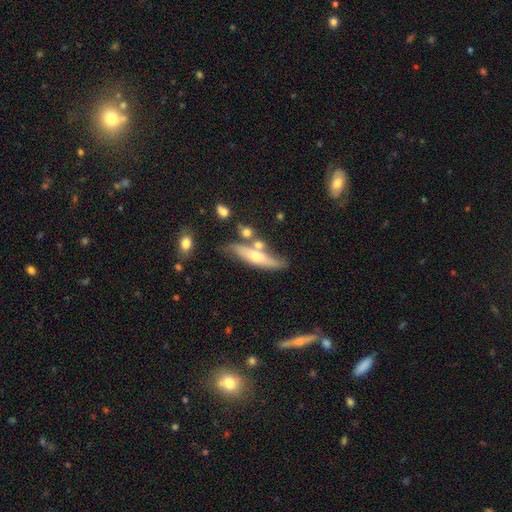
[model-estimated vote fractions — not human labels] A featured or disk galaxy (52%) viewed edge-on (75%). Merging: none (61%).